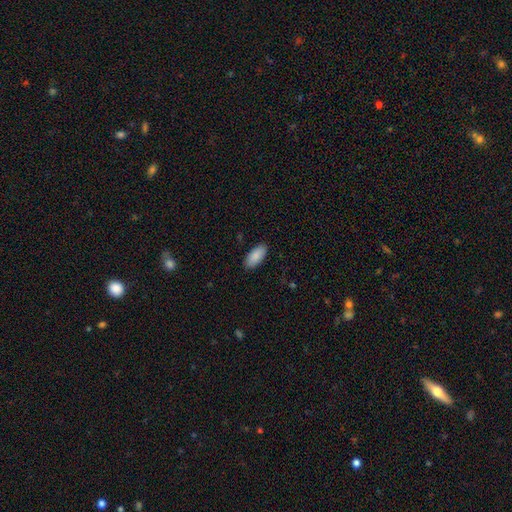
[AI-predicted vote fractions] Morphology: type=smooth (89%); roundness=in between (91%); merging=none (88%).